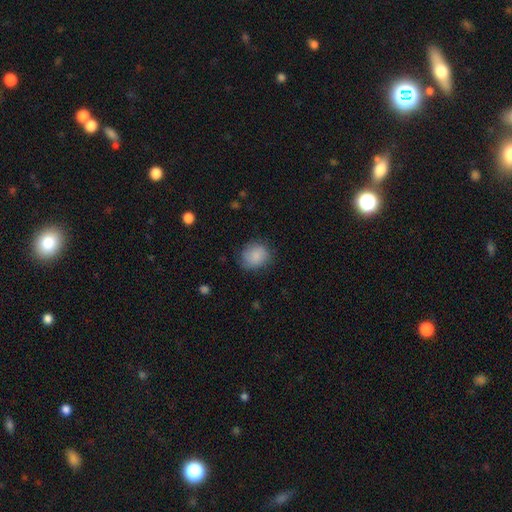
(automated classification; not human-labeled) smooth_or_featured: smooth (p=0.84) [alt: featured or disk p=0.09]
how_rounded: round (p=0.78) [alt: in between p=0.21]
merging: none (p=0.77) [alt: minor disturbance p=0.17]